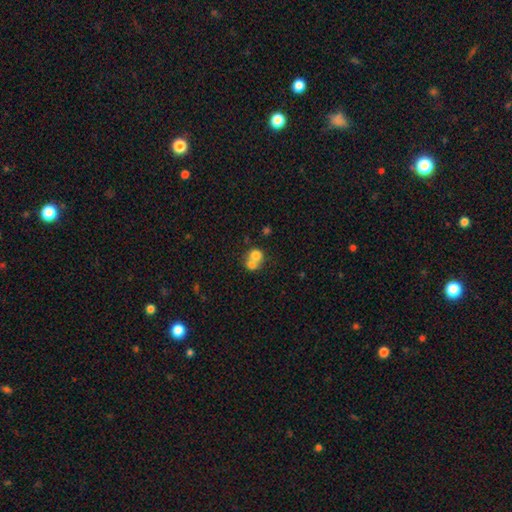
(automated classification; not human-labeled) A smooth galaxy with no disk features (72%) that is round (77%).

Vote fractions:
- Smooth or featured? smooth: 72% / featured or disk: 18% / star or artifact: 10%
- How rounded? round: 77% / in between: 22% / cigar-shaped: 1%
- Merging? merger: 68% / none: 25% / minor disturbance: 5% / major disturbance: 3%